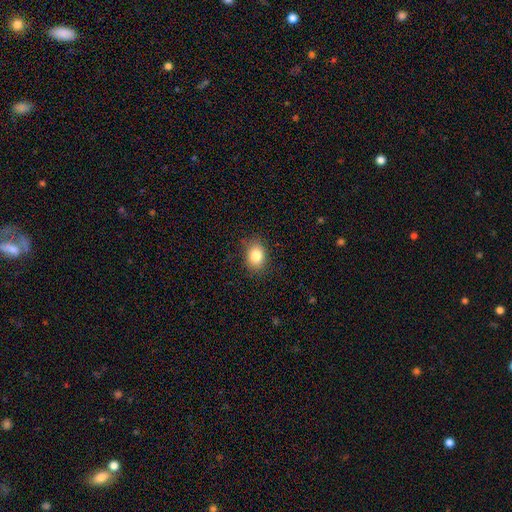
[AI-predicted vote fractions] This is clearly a smooth galaxy (83%). How rounded: likely in between (61%). Merging: clearly none (84%).